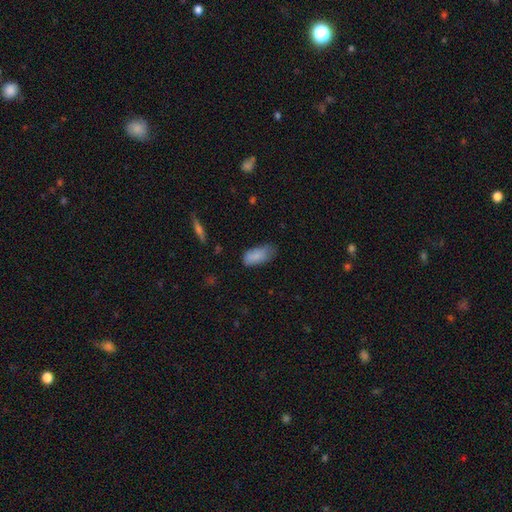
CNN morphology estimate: Smooth or featured? smooth (84%)
How rounded? in between (90%)
Merging? none (48%)